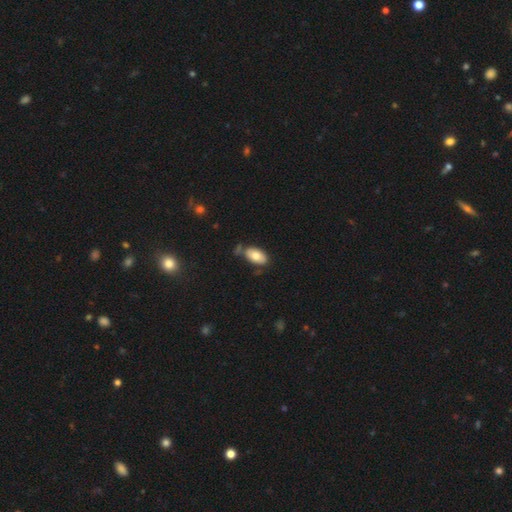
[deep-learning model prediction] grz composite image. It shows a smooth galaxy with no disk features (79%) that is in between round and cigar-shaped (94%). Merging: none (64%).